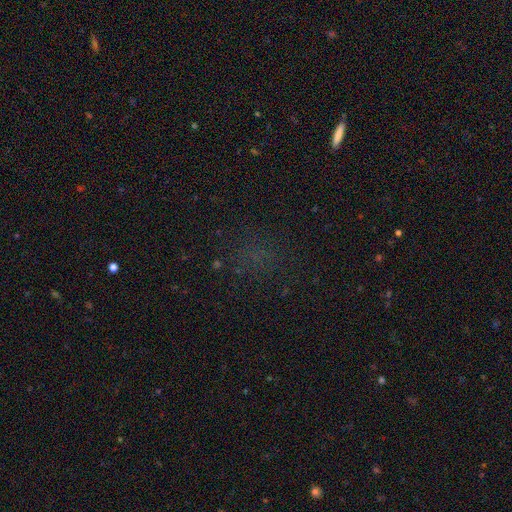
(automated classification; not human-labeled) This appears to be a star or artifact, not a galaxy (50%).